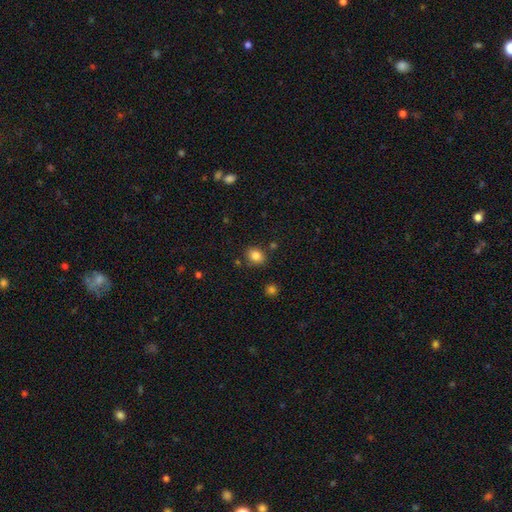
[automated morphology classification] Smooth or featured: smooth — 83% (star or artifact — 11%)
How rounded: round — 62% (in between — 37%)
Merging: none — 81% (minor disturbance — 11%)